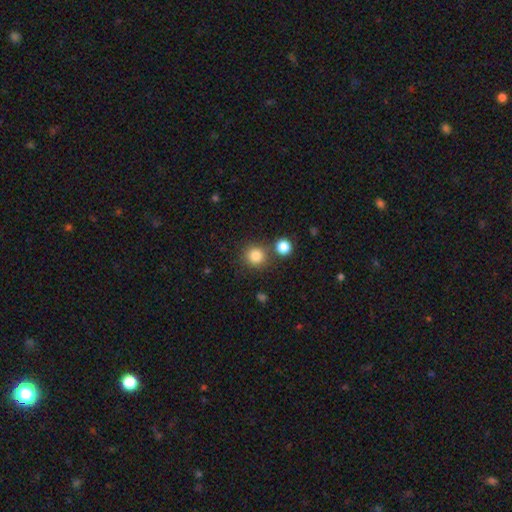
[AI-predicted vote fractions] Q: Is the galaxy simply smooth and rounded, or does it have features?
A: smooth — 84%.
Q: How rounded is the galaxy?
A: round — 90%.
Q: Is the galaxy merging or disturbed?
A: none — 76%.